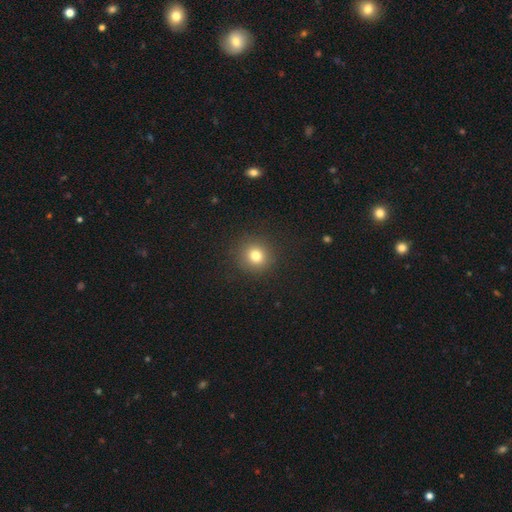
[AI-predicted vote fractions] The model was most divided on "smooth or featured": smooth: 79%, star or artifact: 14%, featured or disk: 7%. More confident: how rounded — round (92%); merging — none (90%).